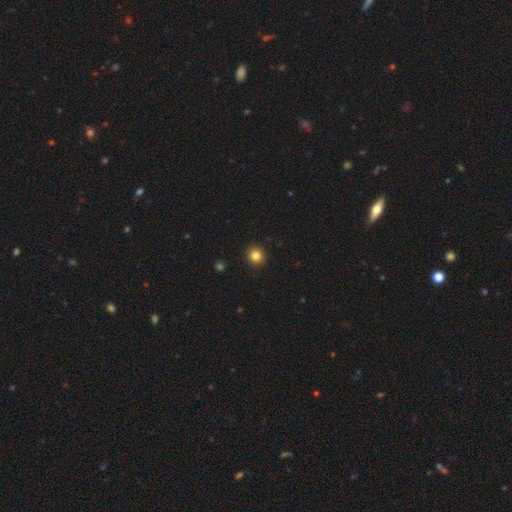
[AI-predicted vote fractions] This is clearly a smooth galaxy (83%). How rounded: clearly round (92%). Merging: clearly none (93%).